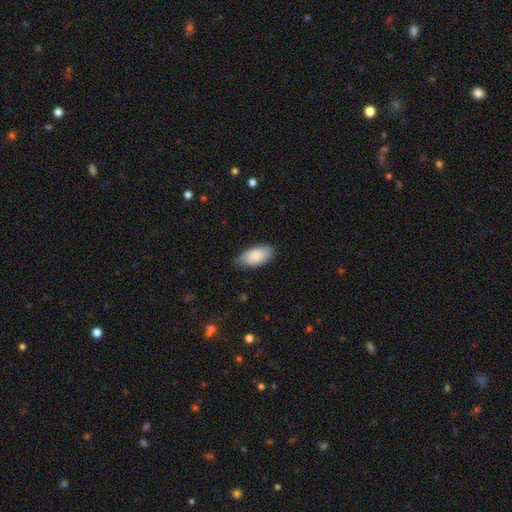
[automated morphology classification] A smooth galaxy with no disk features (82%) that is in between round and cigar-shaped (93%).

Vote fractions:
- Smooth or featured? smooth: 82% / featured or disk: 12% / star or artifact: 6%
- How rounded? in between: 93% / cigar-shaped: 5% / round: 2%
- Merging? none: 75% / minor disturbance: 20% / major disturbance: 3% / merger: 1%